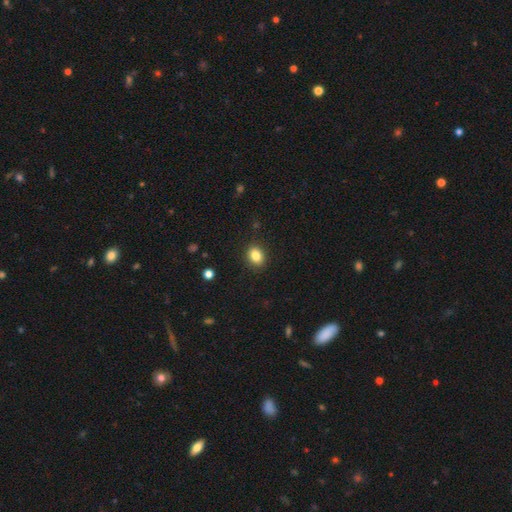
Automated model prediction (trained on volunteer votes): Smooth or featured? smooth (84%)
How rounded? in between (55%)
Merging? none (88%)